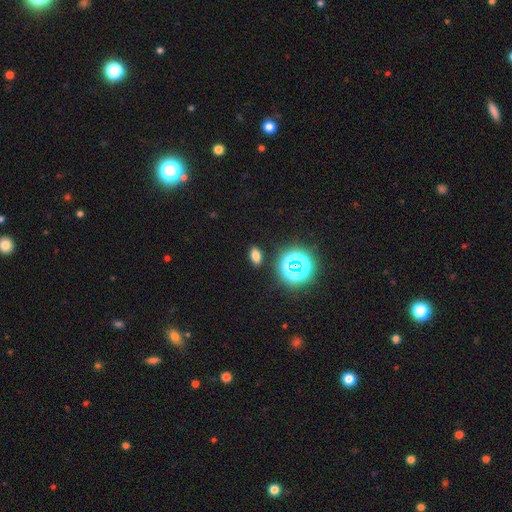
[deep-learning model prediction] smooth_or_featured: smooth (p=0.67) [alt: star or artifact p=0.25]
how_rounded: in between (p=0.82) [alt: round p=0.14]
merging: none (p=0.88) [alt: minor disturbance p=0.08]